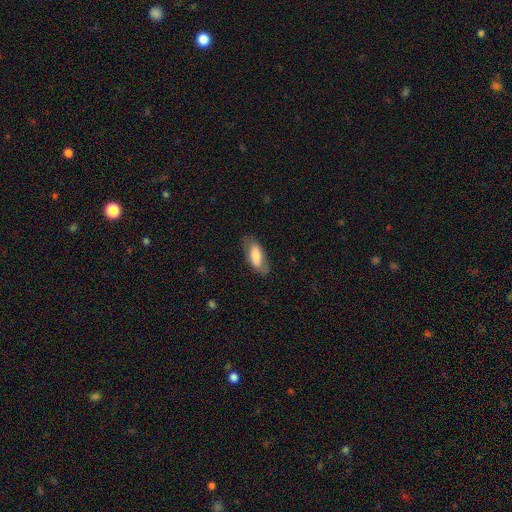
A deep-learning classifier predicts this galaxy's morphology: A smooth galaxy with no disk features (70%) that is in between round and cigar-shaped (81%). Merging: none (72%).